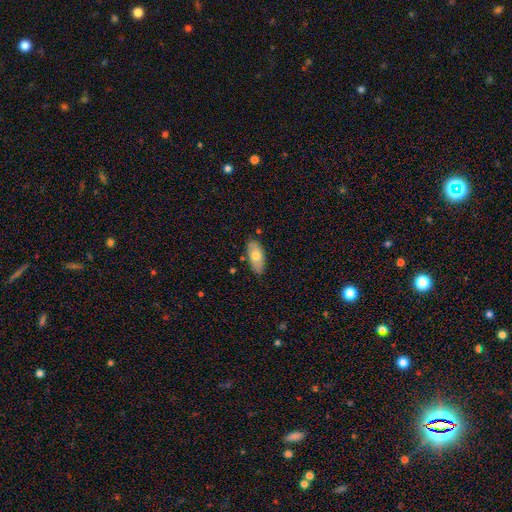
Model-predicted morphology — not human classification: Smooth or featured? smooth (71%)
How rounded? in between (88%)
Merging? none (83%)